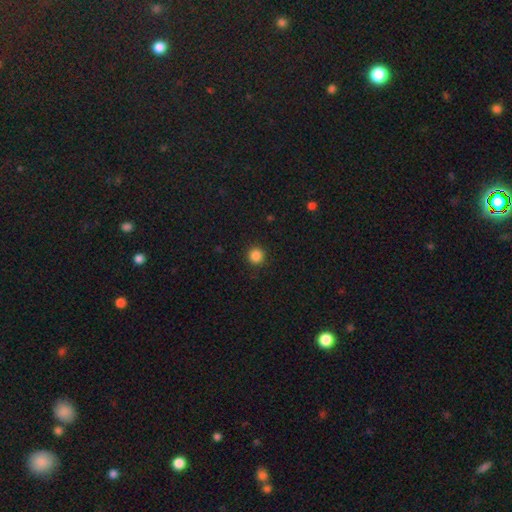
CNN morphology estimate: smooth_or_featured: smooth (p=0.86) [alt: star or artifact p=0.11]
how_rounded: round (p=0.95) [alt: in between p=0.04]
merging: none (p=0.92) [alt: minor disturbance p=0.05]